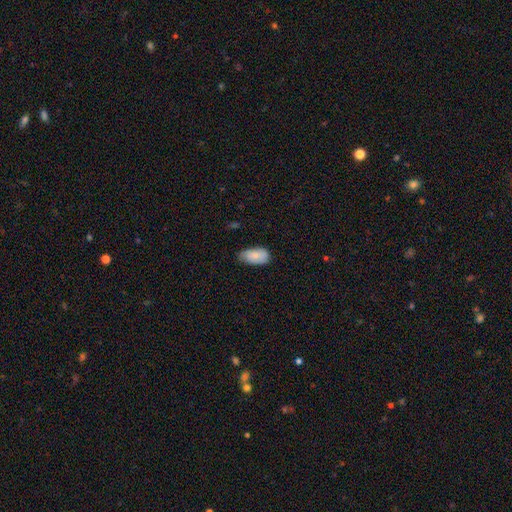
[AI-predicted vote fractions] Smooth or featured? Predicted: smooth (p=0.80). How rounded? Predicted: in between (p=0.94). Merging? Predicted: none (p=0.60).